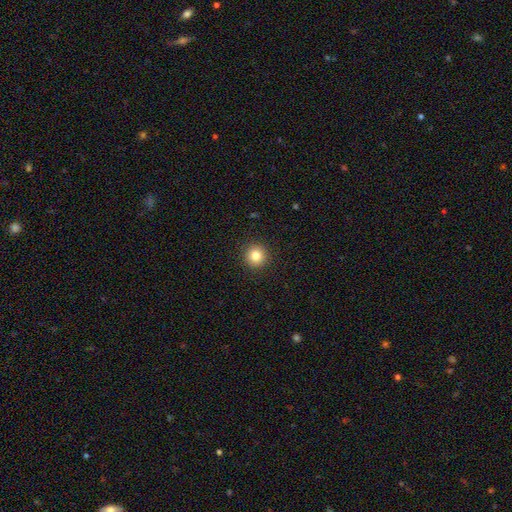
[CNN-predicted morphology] Smooth or featured? Predicted: smooth (p=0.83). How rounded? Predicted: round (p=0.95). Merging? Predicted: none (p=0.92).